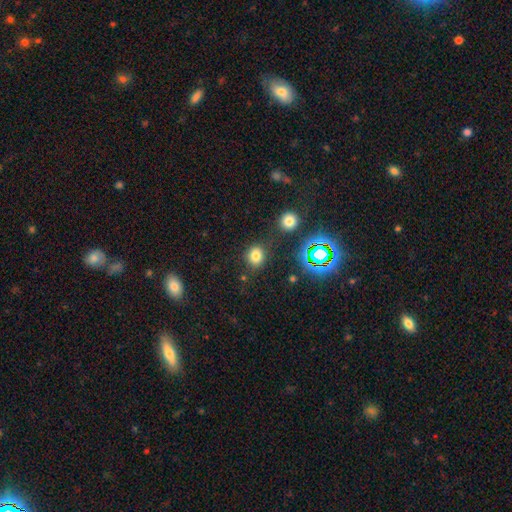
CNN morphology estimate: Q: Smooth or featured?
A: smooth (73%); runner-up: star or artifact (20%)
Q: How rounded?
A: round (65%); runner-up: in between (34%)
Q: Merging?
A: none (81%); runner-up: minor disturbance (11%)